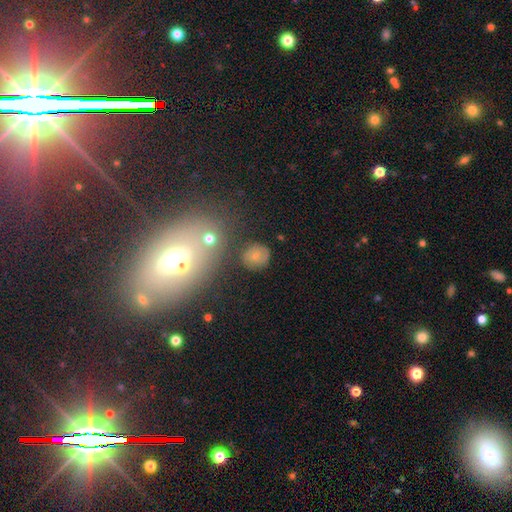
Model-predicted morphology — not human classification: This appears to be a smooth galaxy with no disk features (60%) that is round (79%). Merging: none (77%).